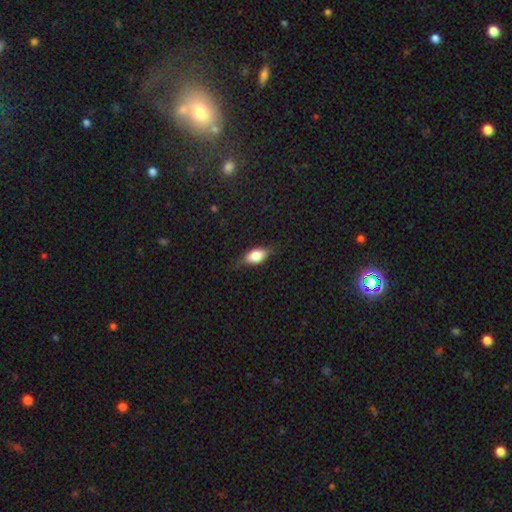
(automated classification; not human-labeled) This is likely a smooth galaxy (71%). How rounded: clearly in between (83%). Merging: likely none (72%).